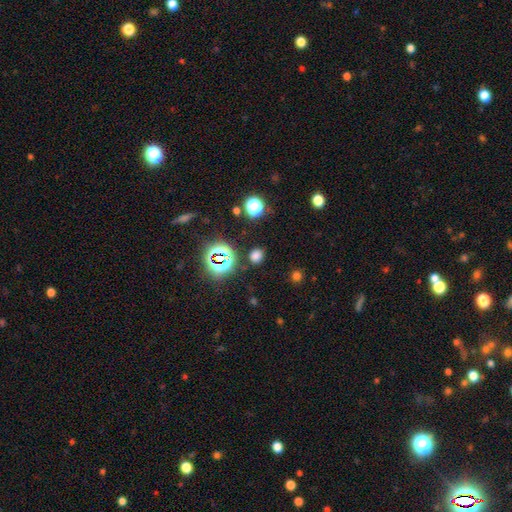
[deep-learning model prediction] smooth 66%, star or artifact 29%, featured or disk 5%. Down the decision tree: how rounded — round (66%); merging — none (84%).